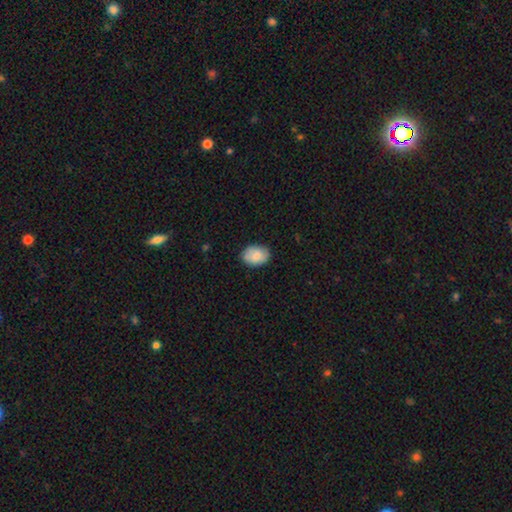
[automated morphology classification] type=smooth (79%); roundness=in between (73%); merging=none (81%).